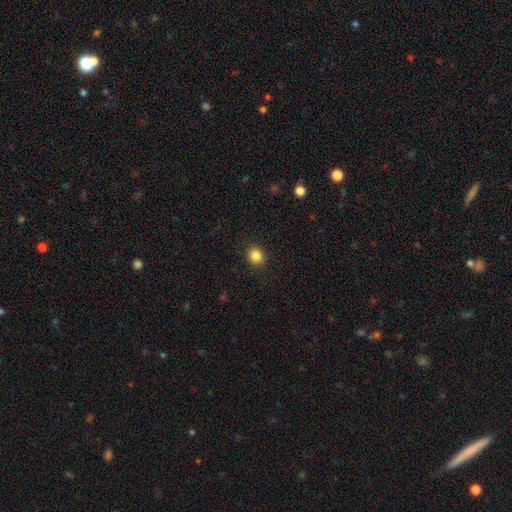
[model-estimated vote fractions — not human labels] smooth_or_featured: smooth (p=0.85) [alt: star or artifact p=0.11]
how_rounded: round (p=0.78) [alt: in between p=0.21]
merging: none (p=0.91) [alt: minor disturbance p=0.06]